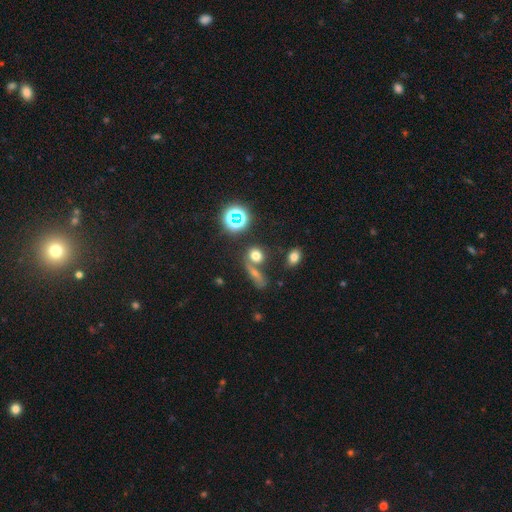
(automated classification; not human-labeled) Q: Smooth or featured?
A: smooth (63%); runner-up: star or artifact (26%)
Q: How rounded?
A: round (66%); runner-up: in between (28%)
Q: Merging?
A: none (55%); runner-up: merger (29%)